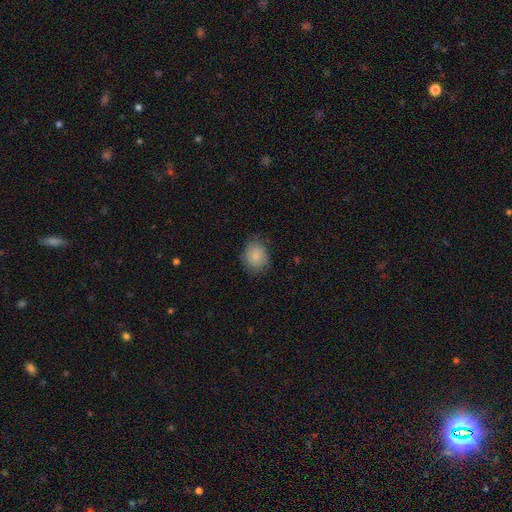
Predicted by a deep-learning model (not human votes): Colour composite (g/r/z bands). It shows a smooth galaxy with no disk features (86%) that is round (58%). Merging: none (75%).